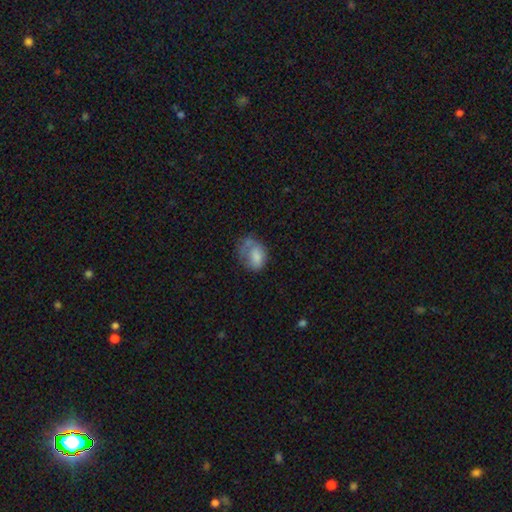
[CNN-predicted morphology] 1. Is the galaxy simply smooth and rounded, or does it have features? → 69% smooth, 22% featured or disk, 9% star or artifact.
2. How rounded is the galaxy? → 71% in between, 28% round, 1% cigar-shaped.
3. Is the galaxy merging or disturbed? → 33% major disturbance, 31% none, 29% minor disturbance, 7% merger.